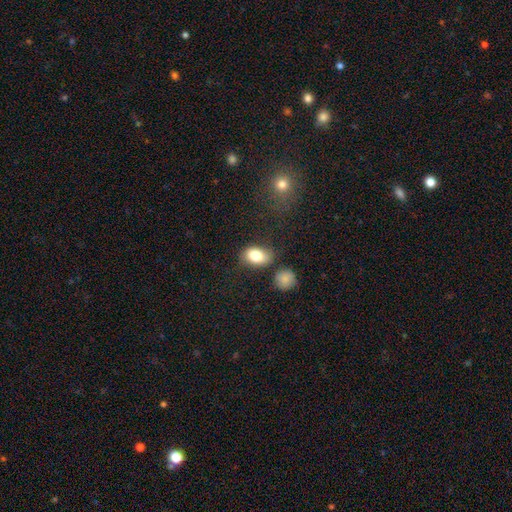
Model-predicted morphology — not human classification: Smooth or featured? Predicted: smooth (p=0.82). How rounded? Predicted: in between (p=0.80). Merging? Predicted: none (p=0.69).